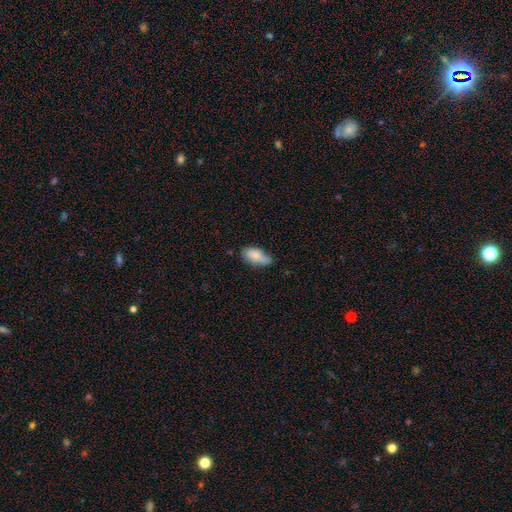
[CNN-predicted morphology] The model was most divided on "merging": none: 49%, minor disturbance: 37%, major disturbance: 9%, merger: 5%. More confident: how rounded — in between (89%); smooth or featured — smooth (78%).